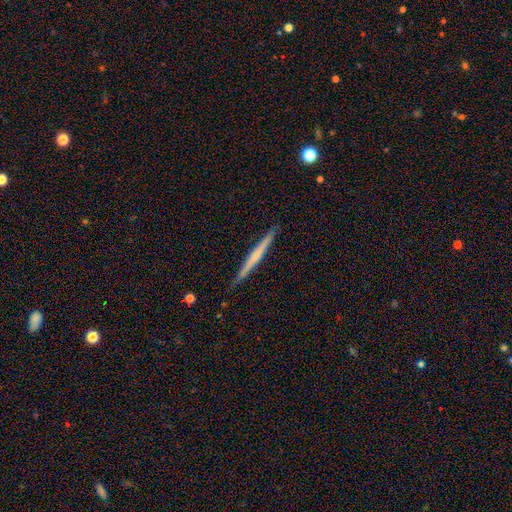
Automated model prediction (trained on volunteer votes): Overall: featured or disk (55%; smooth 39%). Edge-on disk: yes (98%). Edge-on bulge: none (65%; rounded 27%). Merging: none (90%).